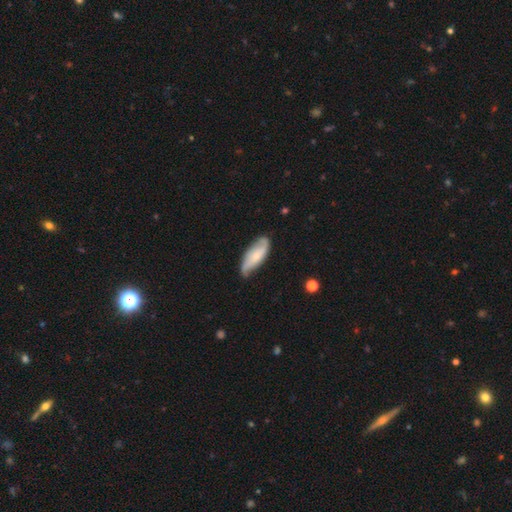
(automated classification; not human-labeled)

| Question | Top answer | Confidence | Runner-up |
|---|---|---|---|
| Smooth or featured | featured or disk | 55% | smooth (39%) |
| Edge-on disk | no | 86% | yes (14%) |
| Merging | none | 63% | minor disturbance (28%) |